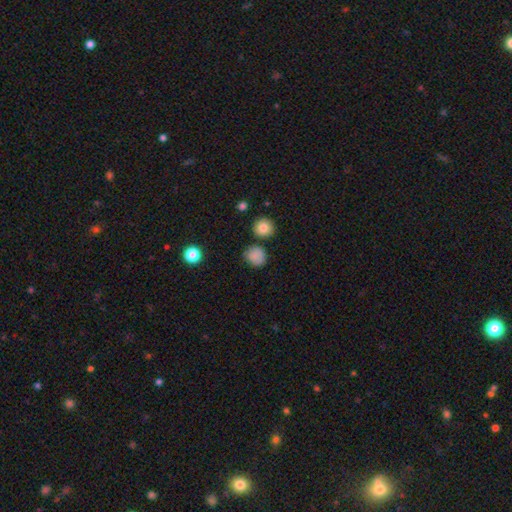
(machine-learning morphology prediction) Smooth or featured: smooth — 82% (star or artifact — 11%)
How rounded: round — 77% (in between — 22%)
Merging: none — 72% (minor disturbance — 18%)